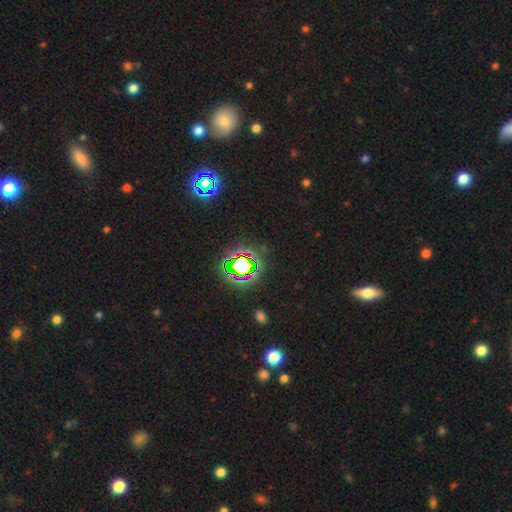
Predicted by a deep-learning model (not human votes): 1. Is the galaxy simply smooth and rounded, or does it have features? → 77% star or artifact, 14% smooth, 9% featured or disk.